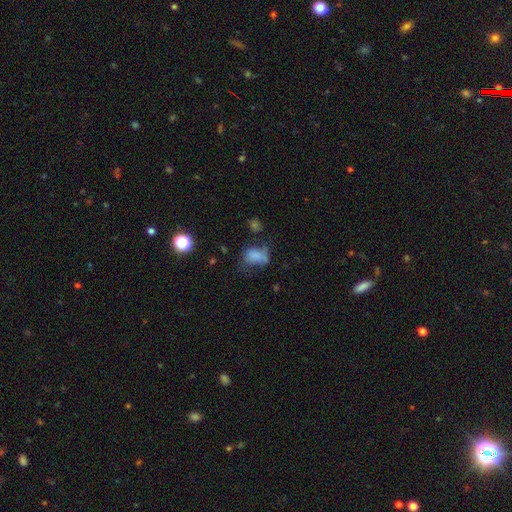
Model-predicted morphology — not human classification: This is likely a smooth galaxy (72%). How rounded: likely in between (77%). Merging: marginally none (34%).